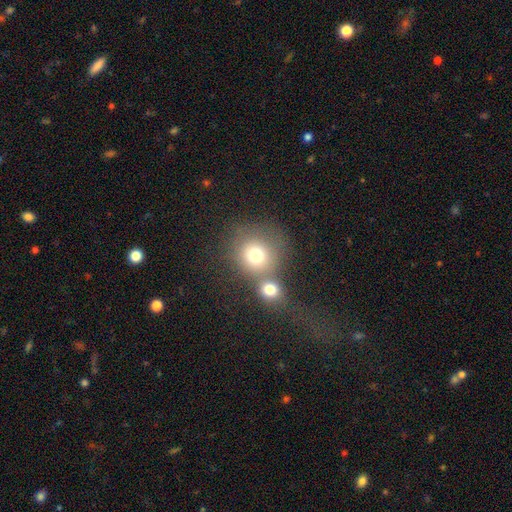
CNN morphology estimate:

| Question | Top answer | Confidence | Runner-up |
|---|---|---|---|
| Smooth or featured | smooth | 73% | featured or disk (14%) |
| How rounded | round | 86% | in between (13%) |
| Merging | none | 43% | tied: merger (43%) |